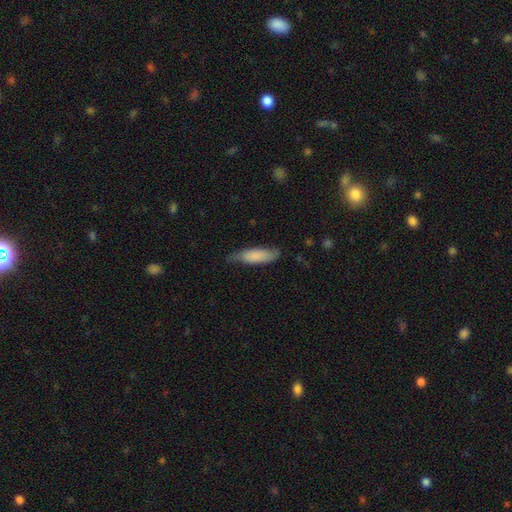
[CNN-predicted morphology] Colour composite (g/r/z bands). It shows a smooth galaxy with no disk features (78%) that is cigar-shaped (50%). Merging: none (61%).